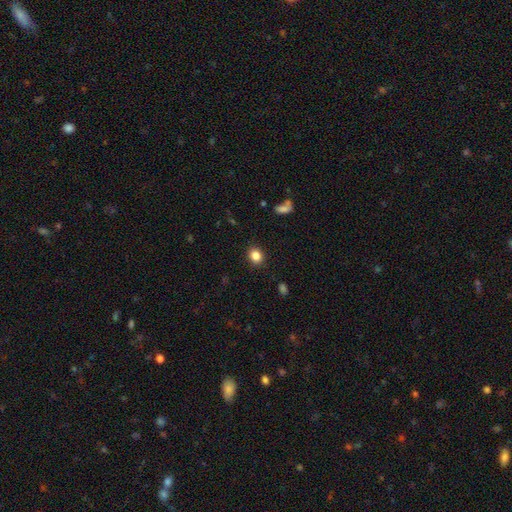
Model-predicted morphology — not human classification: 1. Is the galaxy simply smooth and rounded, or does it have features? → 85% smooth, 10% star or artifact, 5% featured or disk.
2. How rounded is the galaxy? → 63% round, 36% in between, 1% cigar-shaped.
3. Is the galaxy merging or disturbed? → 89% none, 7% minor disturbance, 2% major disturbance, 1% merger.